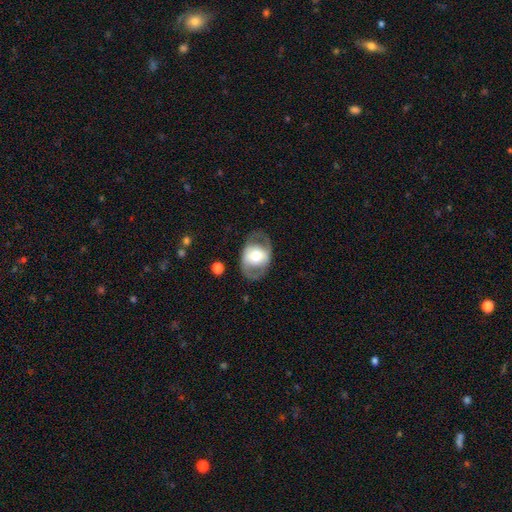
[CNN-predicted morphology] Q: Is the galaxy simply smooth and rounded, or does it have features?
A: featured or disk — 58%.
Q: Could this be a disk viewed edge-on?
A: no — 91%.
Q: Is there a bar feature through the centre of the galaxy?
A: no — 51%.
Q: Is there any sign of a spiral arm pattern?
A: no — 62%.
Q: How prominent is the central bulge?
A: moderate — 53%.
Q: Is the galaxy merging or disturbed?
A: none — 71%.